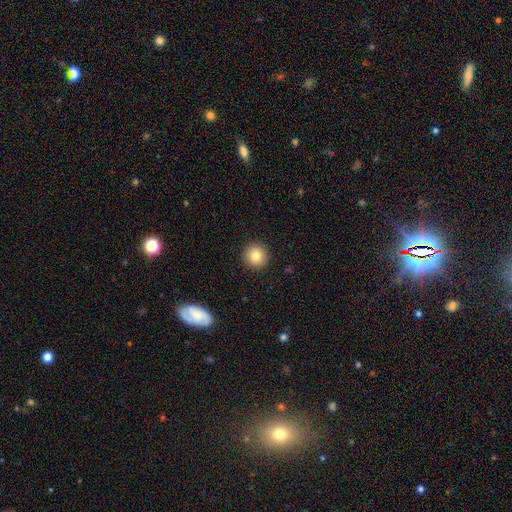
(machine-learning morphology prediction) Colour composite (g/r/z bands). It shows a smooth galaxy with no disk features (82%) that is round (95%). Merging: none (92%).